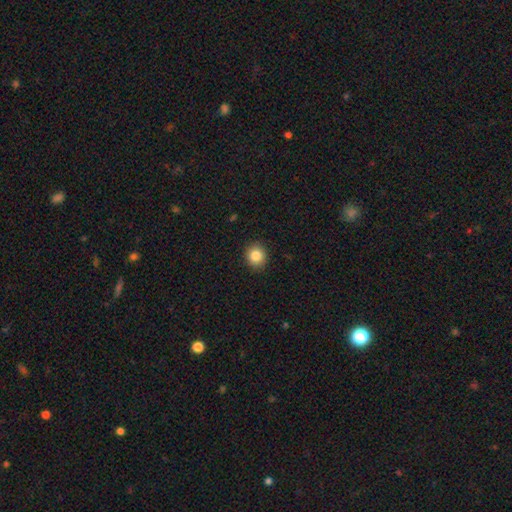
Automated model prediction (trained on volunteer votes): smooth_or_featured: smooth (p=0.85) [alt: star or artifact p=0.10]
how_rounded: round (p=0.82) [alt: in between p=0.17]
merging: none (p=0.91) [alt: minor disturbance p=0.06]